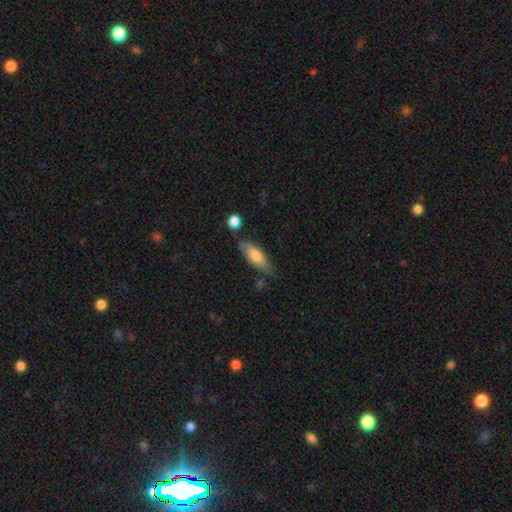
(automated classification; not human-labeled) Overall: smooth (70%). How rounded: in between (62%; cigar-shaped 36%). Merging: none (70%).